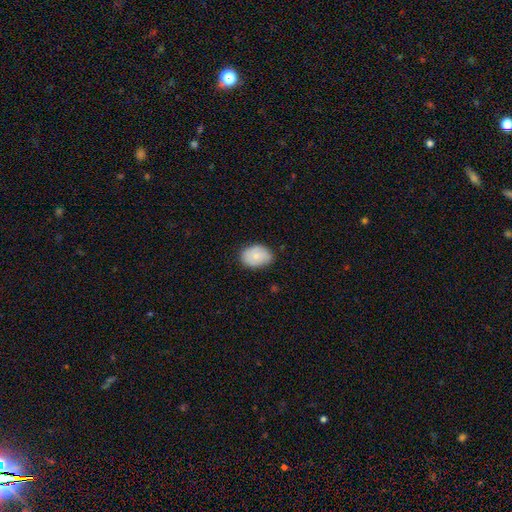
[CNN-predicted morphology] This appears to be a smooth galaxy with no disk features (73%) that is in between round and cigar-shaped (75%). Merging: none (75%).